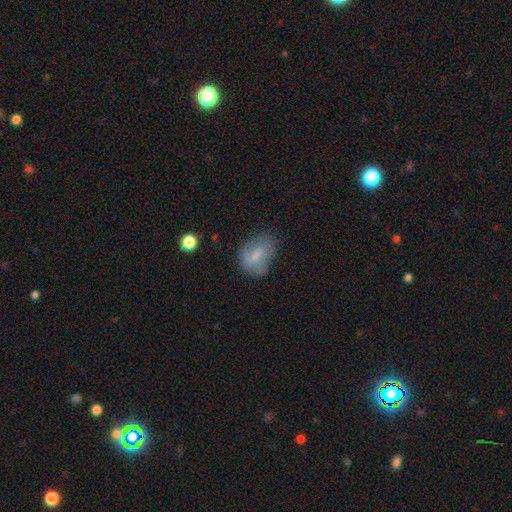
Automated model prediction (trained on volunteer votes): Overall: smooth (68%). How rounded: in between (75%). Merging: none (54%; minor disturbance 30%).